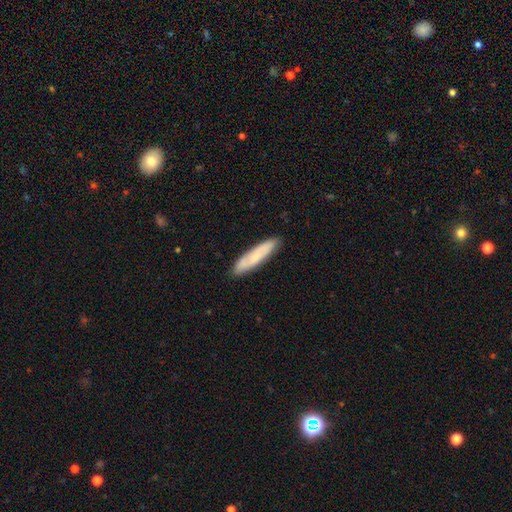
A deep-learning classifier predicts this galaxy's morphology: A smooth galaxy with no disk features (62%) that is cigar-shaped (81%).

Vote fractions:
- Smooth or featured? smooth: 62% / featured or disk: 32% / star or artifact: 6%
- How rounded? cigar-shaped: 81% / in between: 17% / round: 2%
- Merging? none: 88% / minor disturbance: 9% / major disturbance: 2% / merger: 1%